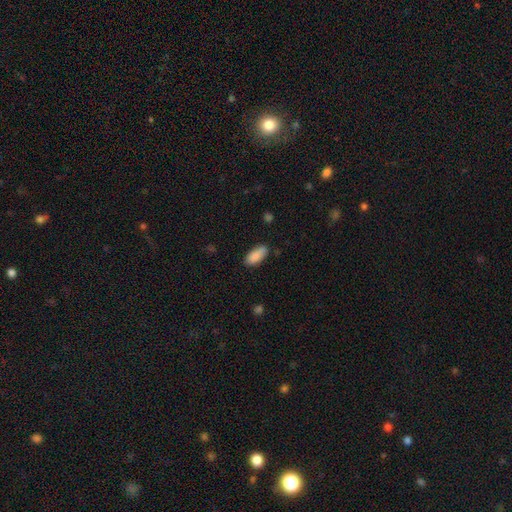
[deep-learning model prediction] This is clearly a smooth galaxy (89%). How rounded: clearly in between (88%). Merging: clearly none (81%).